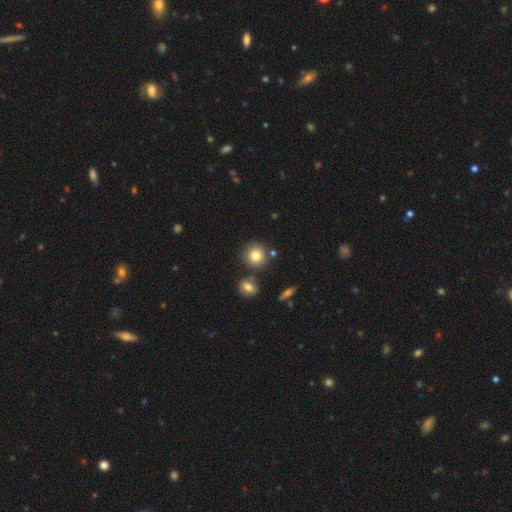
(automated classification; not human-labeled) Smooth or featured? Predicted: smooth (p=0.81). How rounded? Predicted: round (p=0.90). Merging? Predicted: none (p=0.77).